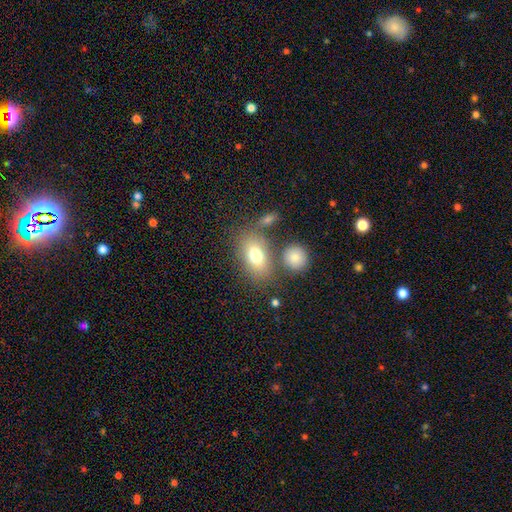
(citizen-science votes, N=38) smooth-or-featured: smooth: 76% | featured or disk: 16% | star or artifact: 8%
  how-rounded: in between: 86% | round: 14% | cigar-shaped: 0%
  merging: none: 57% | merger: 20% | minor disturbance: 14% | major disturbance: 9%